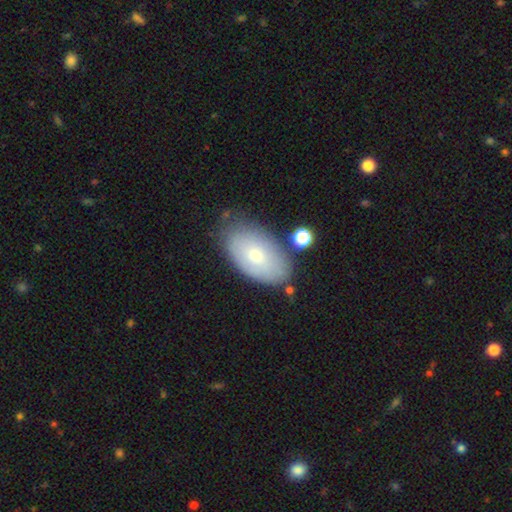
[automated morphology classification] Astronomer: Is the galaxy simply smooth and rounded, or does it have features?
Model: smooth — 67%.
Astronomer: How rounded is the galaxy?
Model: in between — 94%.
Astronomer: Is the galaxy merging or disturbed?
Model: none — 69%.